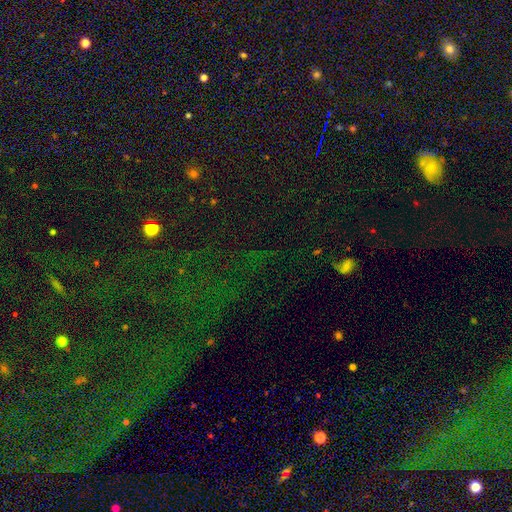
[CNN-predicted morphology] smooth-or-featured: star or artifact: 73% | smooth: 17% | featured or disk: 10%